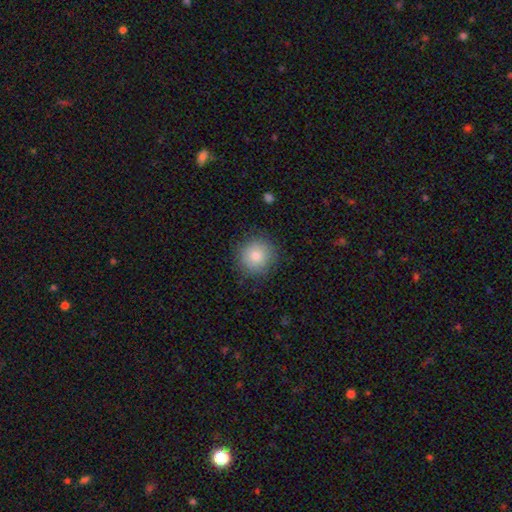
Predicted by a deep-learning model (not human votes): Smooth or featured? Predicted: smooth (p=0.83). How rounded? Predicted: round (p=0.93). Merging? Predicted: none (p=0.88).